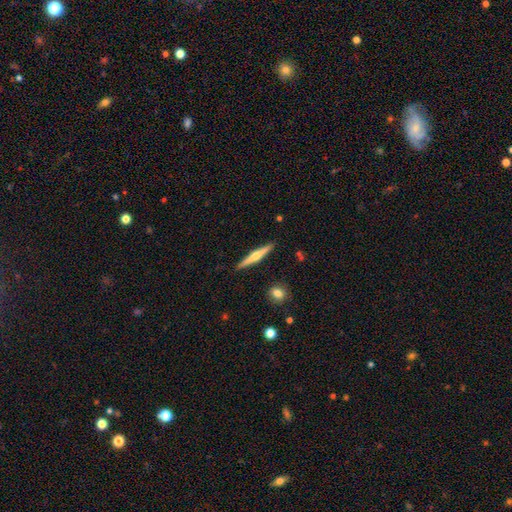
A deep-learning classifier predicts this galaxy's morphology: featured or disk 62%, smooth 32%, star or artifact 6%. Down the decision tree: edge-on disk — yes (97%); edge-on bulge — rounded (88%); merging — none (90%).